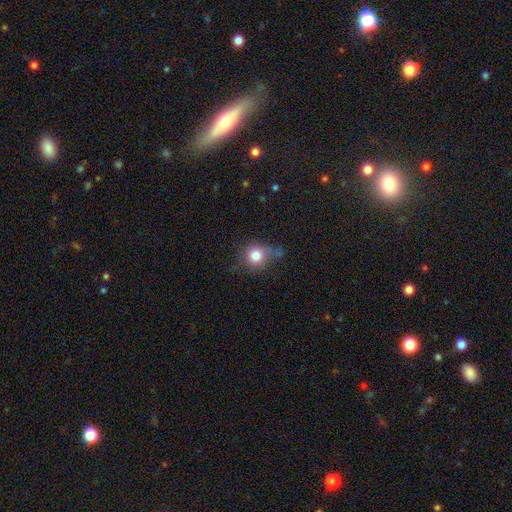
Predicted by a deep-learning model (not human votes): A smooth galaxy with no disk features (77%) that is round (85%). Merging: none (54%).